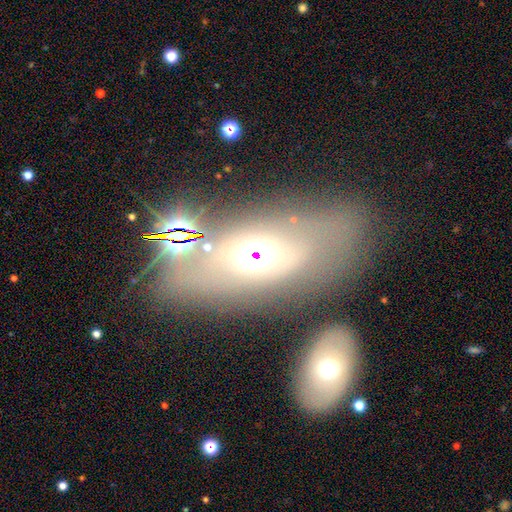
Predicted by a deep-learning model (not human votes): Overall: smooth (44%; featured or disk 35%). Merging: none (63%).